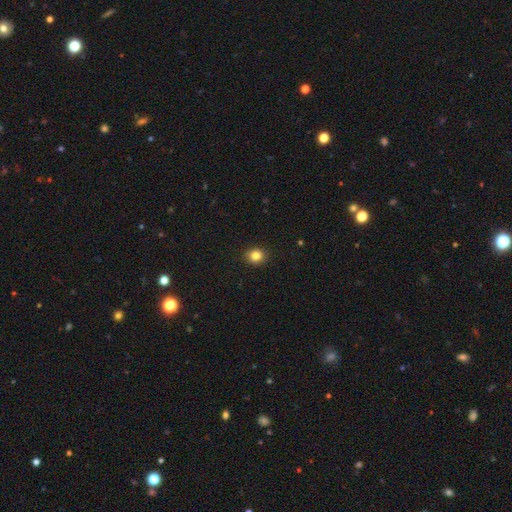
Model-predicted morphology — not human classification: This appears to be a smooth galaxy with no disk features (84%) that is round (81%). Merging: none (91%).